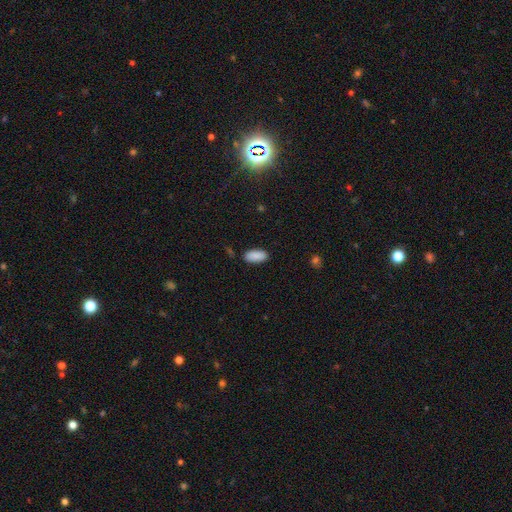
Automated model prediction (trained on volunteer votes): This appears to be a smooth galaxy with no disk features (90%) that is in between round and cigar-shaped (91%). Merging: none (86%).